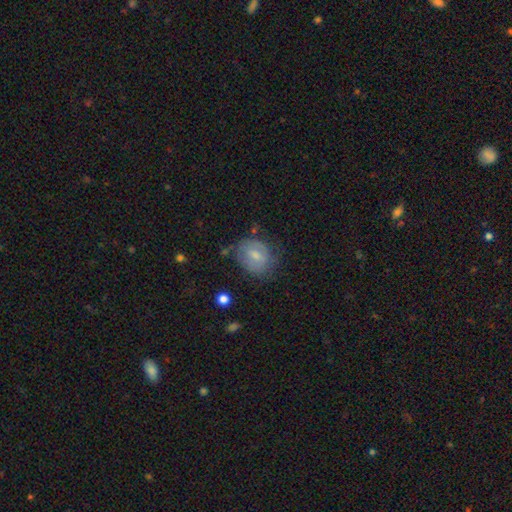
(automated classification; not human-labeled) A smooth galaxy with no disk features (60%) that is round (53%). Merging: none (61%).